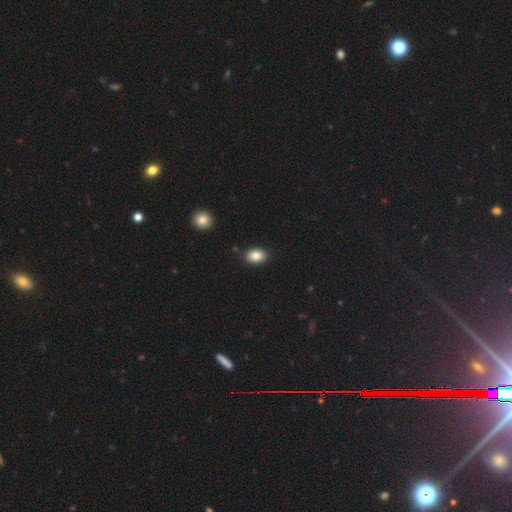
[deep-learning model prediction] smooth 87%, star or artifact 8%, featured or disk 5%. Down the decision tree: how rounded — in between (79%); merging — none (88%).